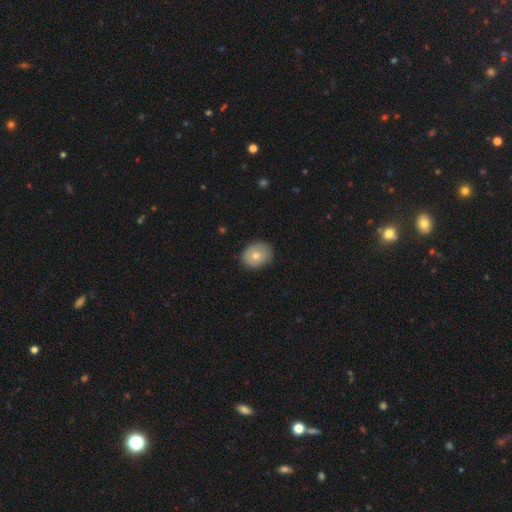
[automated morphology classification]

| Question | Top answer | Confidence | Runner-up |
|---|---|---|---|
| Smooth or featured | smooth | 73% | featured or disk (19%) |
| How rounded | round | 53% | in between (46%) |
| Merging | none | 84% | minor disturbance (13%) |